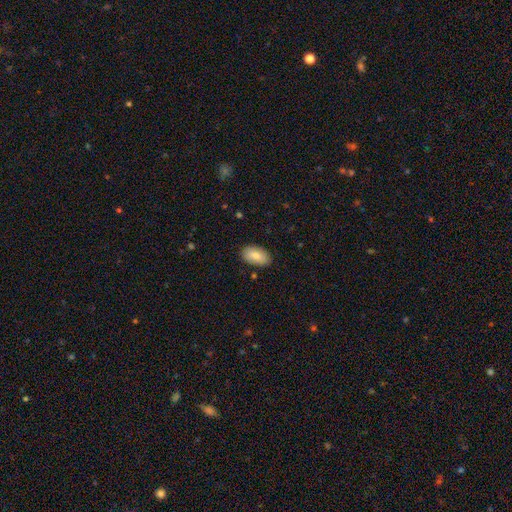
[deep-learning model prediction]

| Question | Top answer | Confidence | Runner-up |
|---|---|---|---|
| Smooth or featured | smooth | 82% | featured or disk (12%) |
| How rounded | in between | 95% | round (3%) |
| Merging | none | 86% | minor disturbance (10%) |